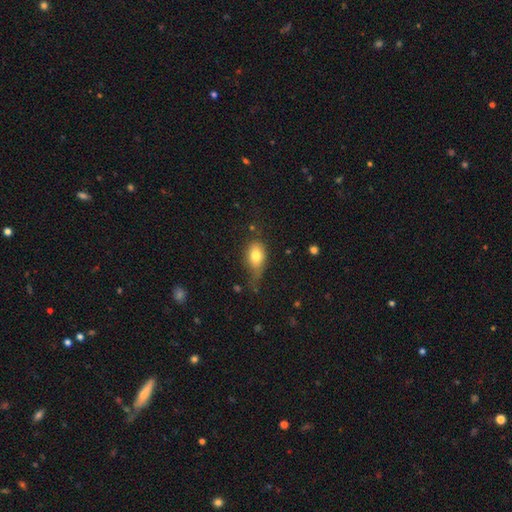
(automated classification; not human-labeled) Smooth or featured? Predicted: smooth (p=0.78). How rounded? Predicted: in between (p=0.83). Merging? Predicted: none (p=0.41).